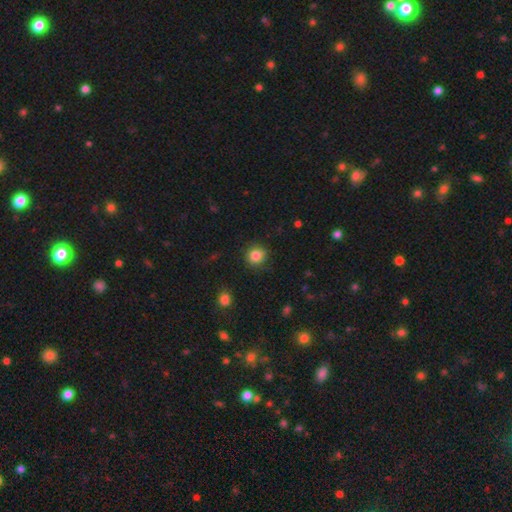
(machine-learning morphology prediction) Smooth or featured? Predicted: smooth (p=0.84). How rounded? Predicted: round (p=0.89). Merging? Predicted: none (p=0.85).